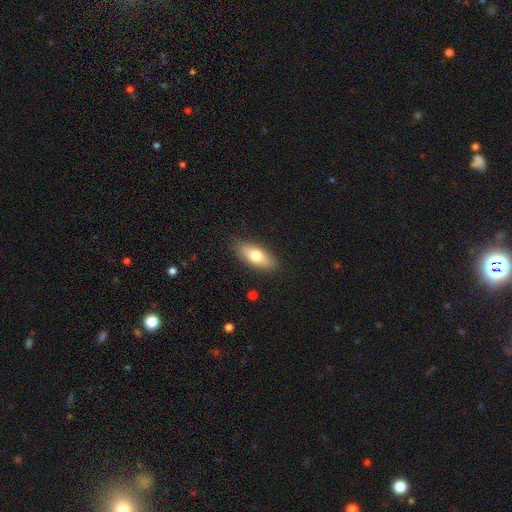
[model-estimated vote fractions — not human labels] A smooth galaxy with no disk features (73%) that is in between round and cigar-shaped (76%).

Vote fractions:
- Smooth or featured? smooth: 73% / featured or disk: 20% / star or artifact: 7%
- How rounded? in between: 76% / cigar-shaped: 21% / round: 3%
- Merging? none: 86% / minor disturbance: 10% / major disturbance: 2% / merger: 1%